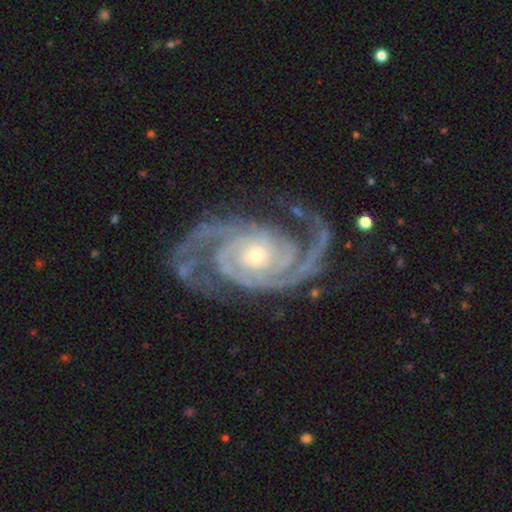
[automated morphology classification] A featured or disk galaxy (94%) with no bar (67%), 2 (71%) tight (60%) spiral arms (99%) and a small central bulge (50%).

Vote fractions:
- Smooth or featured? featured or disk: 94% / star or artifact: 4% / smooth: 2%
- Edge-on disk? no: 97% / yes: 3%
- Bar? no: 67% / weak: 22% / strong: 11%
- Spiral arms? yes: 99% / no: 1%
- Spiral winding? tight: 60% / medium: 35% / loose: 5%
- Spiral arm count? 2: 71% / 3: 14% / can't tell: 4% / 4: 4% / more than 4: 3% / 1: 3%
- Bulge size? small: 50% / moderate: 45% / large: 3% / none: 1% / dominant: 1%
- Merging? none: 75% / minor disturbance: 16% / major disturbance: 7% / merger: 2%